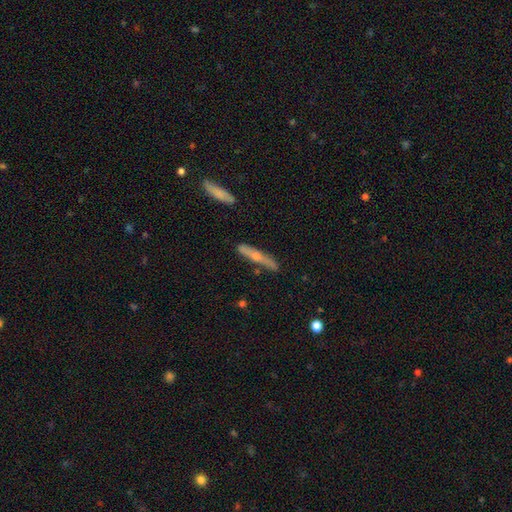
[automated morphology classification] A featured or disk galaxy (56%) viewed edge-on (89%). Merging: none (81%).